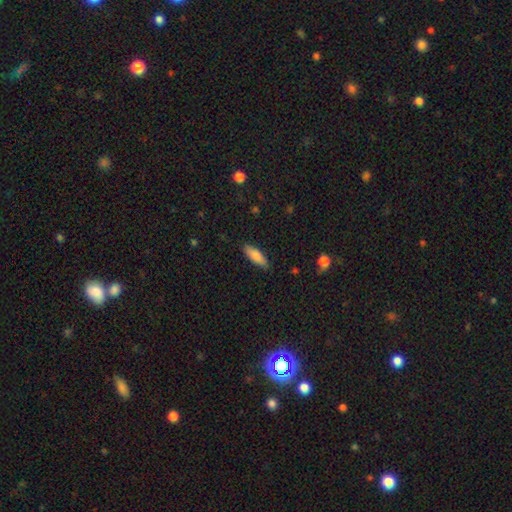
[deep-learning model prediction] Q: Smooth or featured?
A: smooth (82%); runner-up: featured or disk (12%)
Q: How rounded?
A: in between (58%); runner-up: cigar-shaped (40%)
Q: Merging?
A: none (86%); runner-up: minor disturbance (10%)